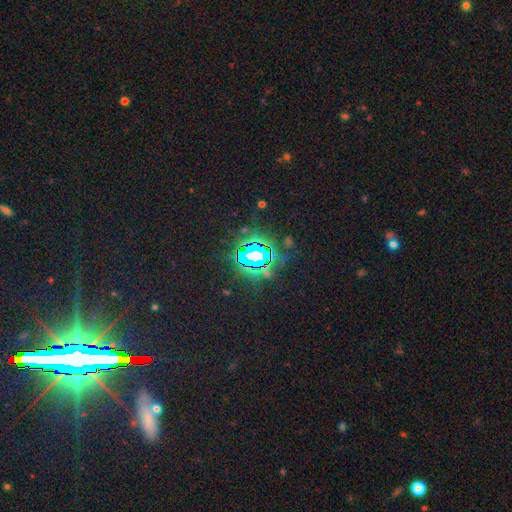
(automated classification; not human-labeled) smooth-or-featured: star or artifact: 78% | smooth: 12% | featured or disk: 11%